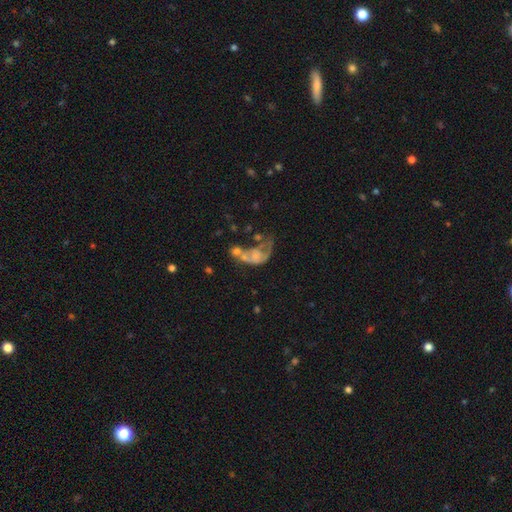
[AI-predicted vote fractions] smooth-or-featured: featured or disk: 49% | smooth: 37% | star or artifact: 14%
  merging: major disturbance: 38% | merger: 37% | none: 14% | minor disturbance: 11%